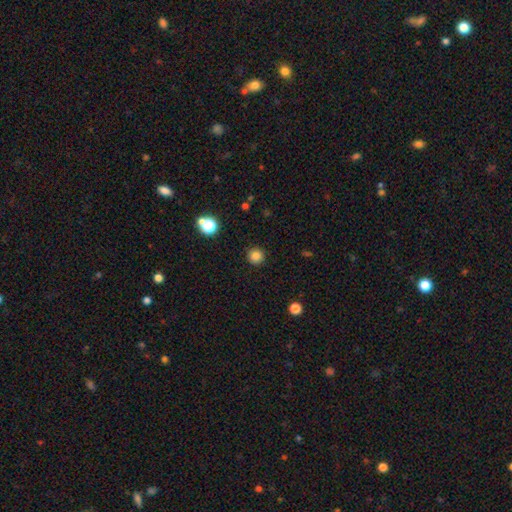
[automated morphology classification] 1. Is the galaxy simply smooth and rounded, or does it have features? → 83% smooth, 13% star or artifact, 4% featured or disk.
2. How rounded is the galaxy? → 95% round, 4% in between, 1% cigar-shaped.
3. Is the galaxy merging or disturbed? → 91% none, 6% minor disturbance, 2% major disturbance, 1% merger.